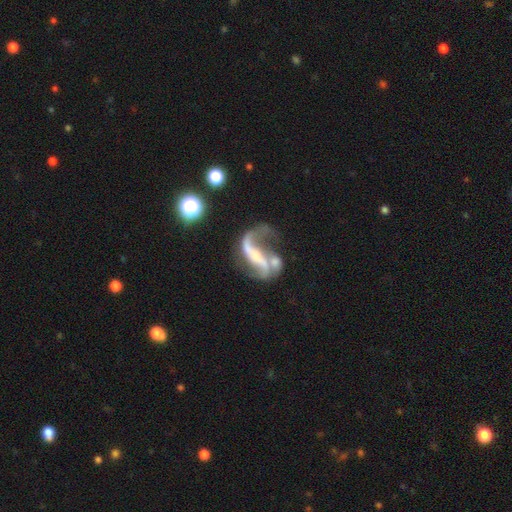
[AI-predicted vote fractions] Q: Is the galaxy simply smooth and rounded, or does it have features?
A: featured or disk — 84%.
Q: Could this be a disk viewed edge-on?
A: no — 94%.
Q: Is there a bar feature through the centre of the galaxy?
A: strong — 40%.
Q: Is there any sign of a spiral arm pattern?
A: yes — 90%.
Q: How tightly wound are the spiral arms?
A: loose — 82%.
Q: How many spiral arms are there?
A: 2 — 83%.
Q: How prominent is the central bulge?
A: small — 45%.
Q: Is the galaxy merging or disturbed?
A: none — 35%.